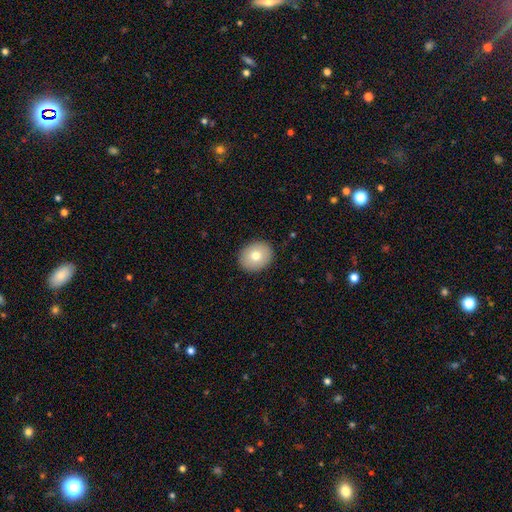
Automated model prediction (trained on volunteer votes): Smooth or featured: smooth — 75% (featured or disk — 16%)
How rounded: round — 52% (in between — 47%)
Merging: none — 90% (minor disturbance — 7%)